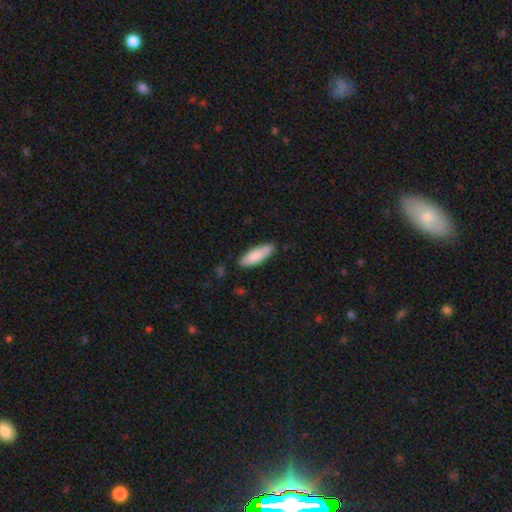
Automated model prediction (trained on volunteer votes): smooth_or_featured: smooth (p=0.84) [alt: featured or disk p=0.11]
how_rounded: in between (p=0.54) [alt: cigar-shaped p=0.44]
merging: none (p=0.84) [alt: minor disturbance p=0.12]